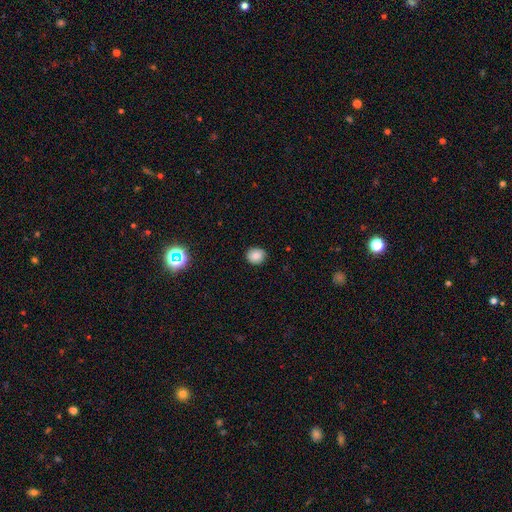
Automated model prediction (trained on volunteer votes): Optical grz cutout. It shows a smooth galaxy with no disk features (84%) that is round (75%). Merging: none (87%).